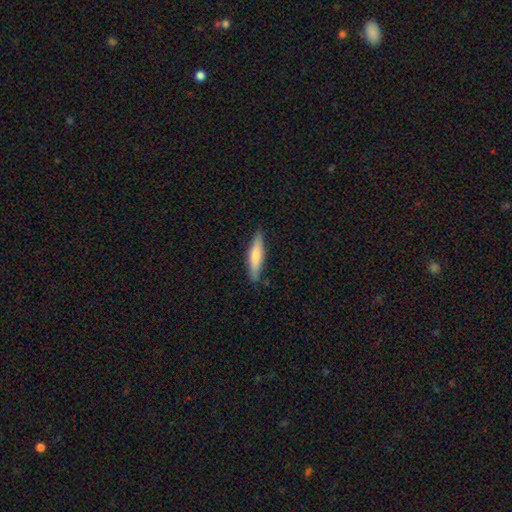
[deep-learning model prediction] Overall: smooth (68%). How rounded: cigar-shaped (80%). Merging: none (85%).